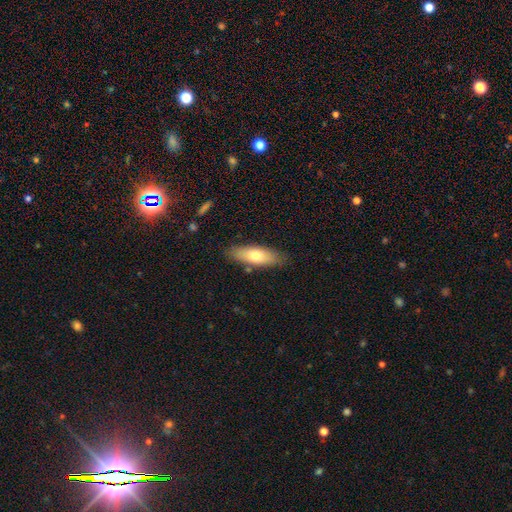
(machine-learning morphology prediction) smooth 70%, featured or disk 24%, star or artifact 6%. Down the decision tree: how rounded — in between (61%); merging — none (82%).